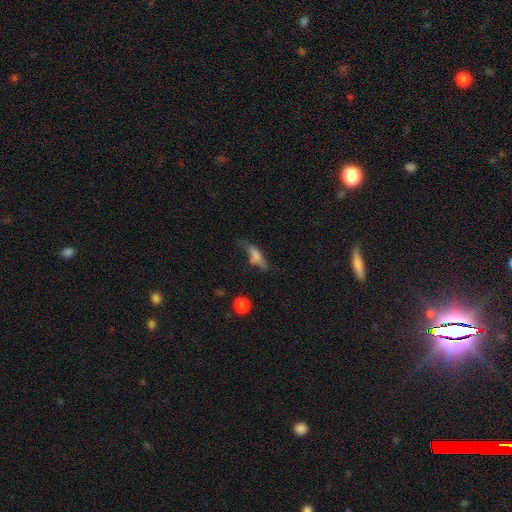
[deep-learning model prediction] Smooth or featured? Predicted: smooth (p=0.67). How rounded? Predicted: cigar-shaped (p=0.55). Merging? Predicted: none (p=0.50).